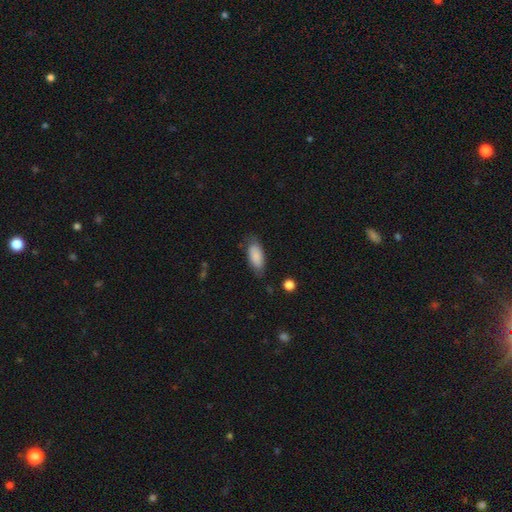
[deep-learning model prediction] Smooth or featured? smooth (85%)
How rounded? in between (83%)
Merging? none (70%)